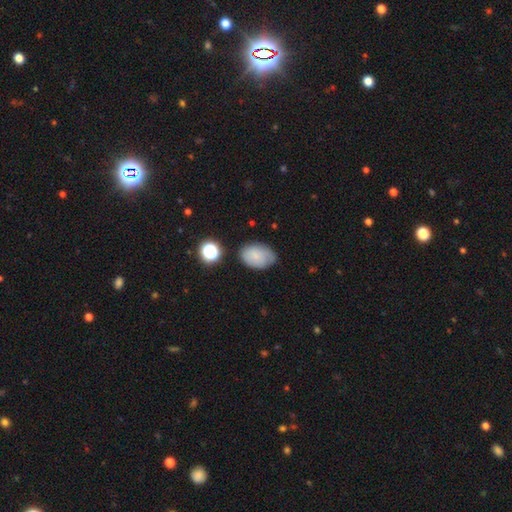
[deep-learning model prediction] smooth_or_featured: smooth (p=0.71) [alt: featured or disk p=0.18]
how_rounded: in between (p=0.84) [alt: round p=0.14]
merging: none (p=0.67) [alt: minor disturbance p=0.23]